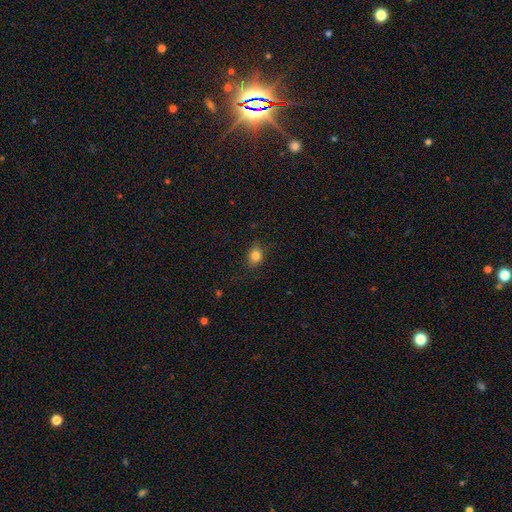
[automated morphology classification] smooth 82%, star or artifact 12%, featured or disk 6%. Down the decision tree: how rounded — round (54%); merging — none (82%).